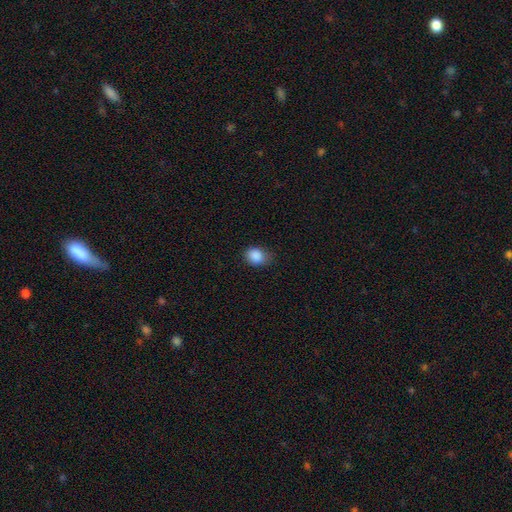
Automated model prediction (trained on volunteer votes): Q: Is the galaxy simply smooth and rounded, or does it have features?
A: smooth — 87%.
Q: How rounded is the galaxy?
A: in between — 52%.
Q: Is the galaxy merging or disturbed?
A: none — 68%.